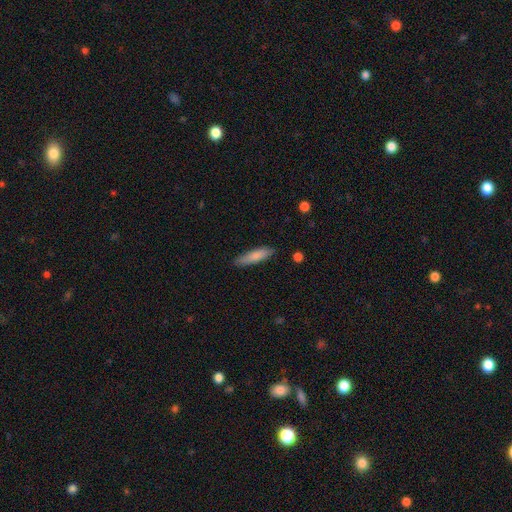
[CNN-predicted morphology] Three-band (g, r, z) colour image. It shows a smooth galaxy with no disk features (81%) that is cigar-shaped (76%). Merging: none (85%).